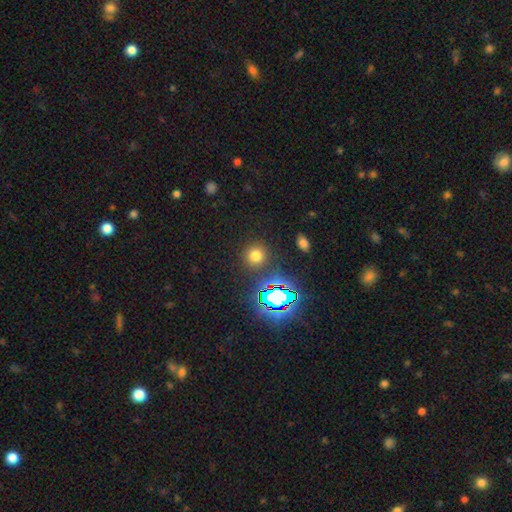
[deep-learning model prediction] smooth_or_featured: smooth (p=0.68) [alt: star or artifact p=0.25]
how_rounded: round (p=0.91) [alt: in between p=0.08]
merging: none (p=0.87) [alt: minor disturbance p=0.07]